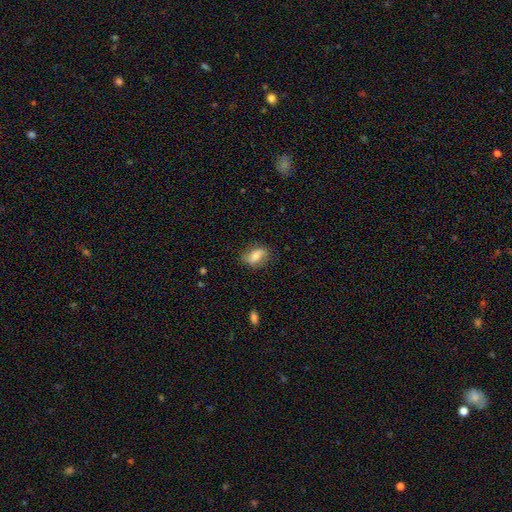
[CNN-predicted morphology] Smooth or featured: smooth — 69% (featured or disk — 24%)
How rounded: in between — 83% (round — 10%)
Merging: none — 78% (minor disturbance — 17%)